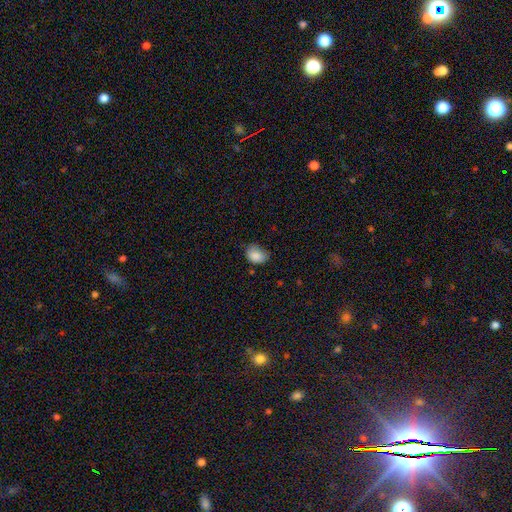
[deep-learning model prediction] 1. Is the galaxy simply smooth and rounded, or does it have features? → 86% smooth, 9% star or artifact, 6% featured or disk.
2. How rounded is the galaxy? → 74% in between, 25% round, 1% cigar-shaped.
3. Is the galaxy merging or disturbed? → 53% none, 37% minor disturbance, 8% major disturbance, 2% merger.